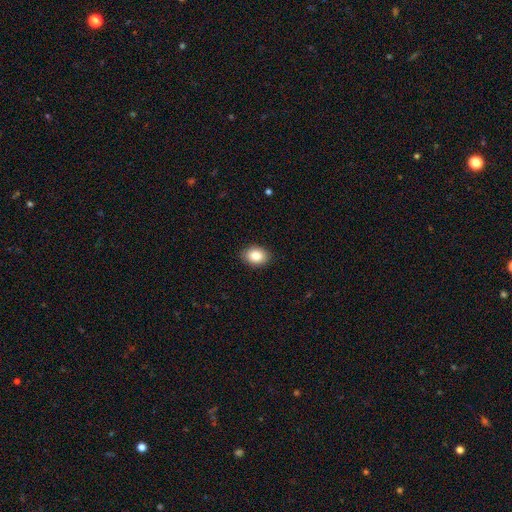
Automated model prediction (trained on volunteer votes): Q: Smooth or featured?
A: smooth (85%); runner-up: star or artifact (8%)
Q: How rounded?
A: in between (73%); runner-up: round (26%)
Q: Merging?
A: none (89%); runner-up: minor disturbance (8%)